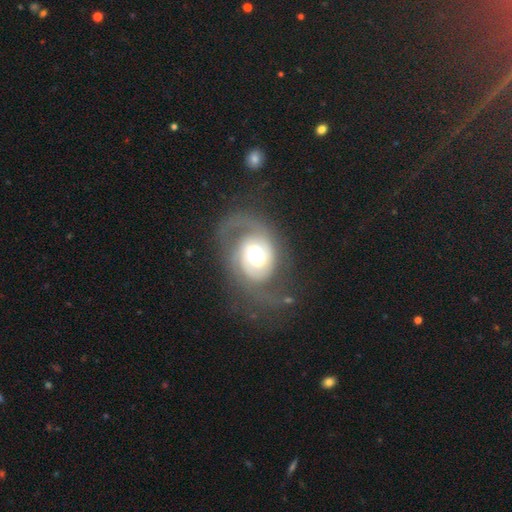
This is likely a featured or disk galaxy (79%). It is clearly not viewed edge-on (90%). Bar: possibly no (57%). Spiral arm pattern: clearly yes (93%). Spiral arm count: clearly 2 (81%). Spiral winding: possibly medium (46%). Central bulge: possibly moderate (57%). Merging: likely none (67%).